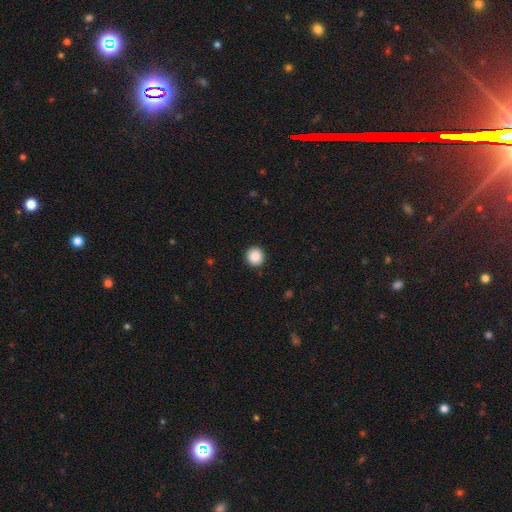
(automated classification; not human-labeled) A smooth galaxy with no disk features (88%) that is round (96%). Merging: none (92%).